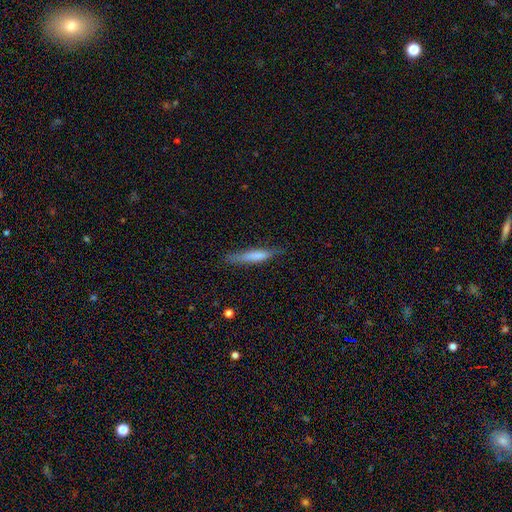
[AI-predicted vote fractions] Morphology: type=smooth (64%); roundness=cigar-shaped (90%); merging=none (78%).